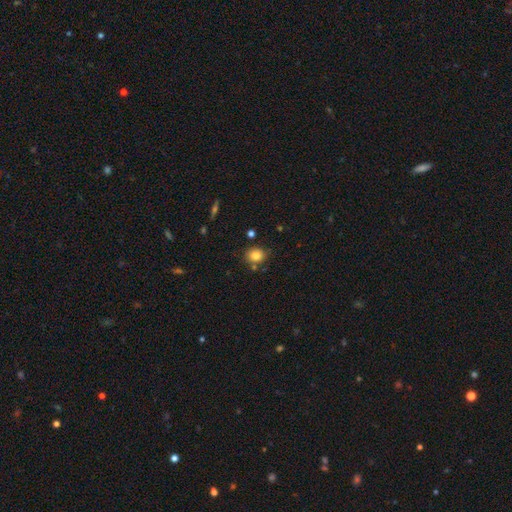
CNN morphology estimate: A smooth galaxy with no disk features (82%) that is round (70%). Merging: none (77%).